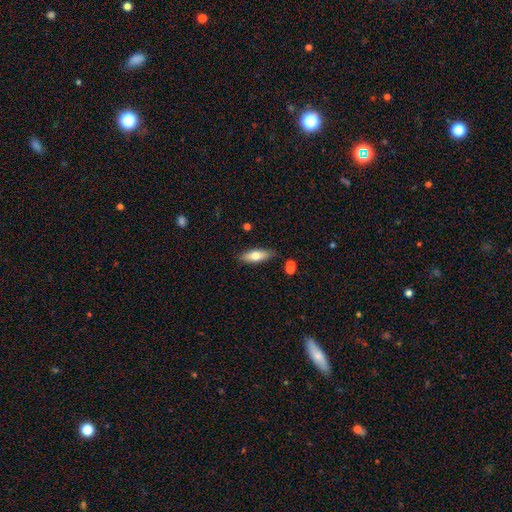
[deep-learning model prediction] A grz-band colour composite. It shows a smooth galaxy with no disk features (68%) that is in between round and cigar-shaped (58%). Merging: none (84%).